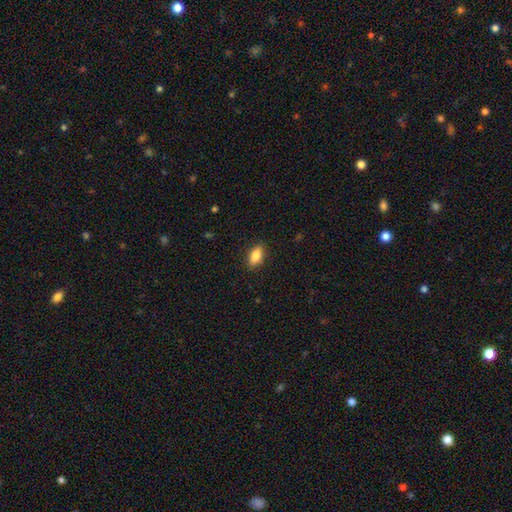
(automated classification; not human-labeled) Smooth or featured? Predicted: smooth (p=0.81). How rounded? Predicted: in between (p=0.86). Merging? Predicted: none (p=0.88).